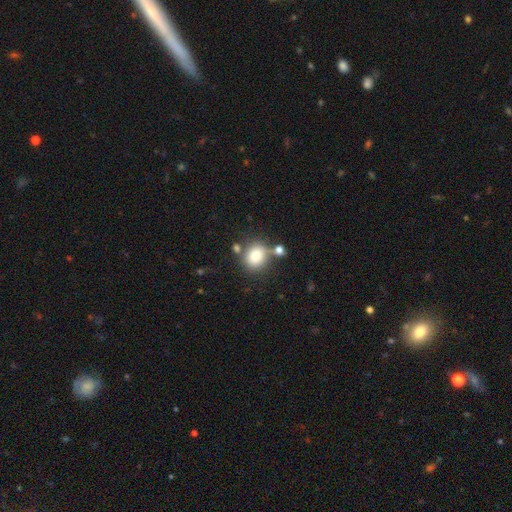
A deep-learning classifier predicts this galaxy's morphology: Smooth or featured? smooth (82%)
How rounded? round (69%)
Merging? none (57%)